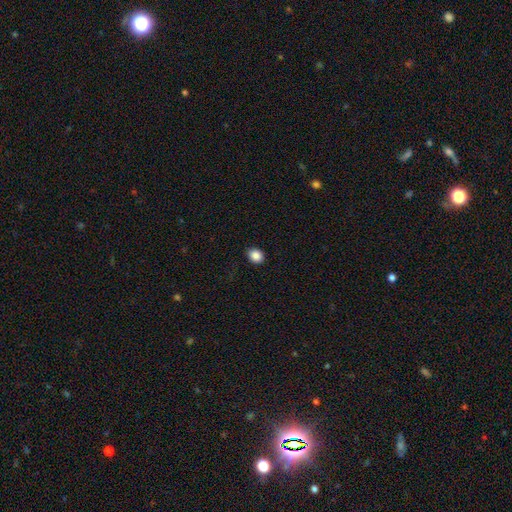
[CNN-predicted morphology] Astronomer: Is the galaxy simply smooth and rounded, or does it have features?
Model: smooth — 87%.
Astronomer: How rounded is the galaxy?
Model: round — 55% (runner-up: in between, 44%).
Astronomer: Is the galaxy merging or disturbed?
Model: none — 89%.